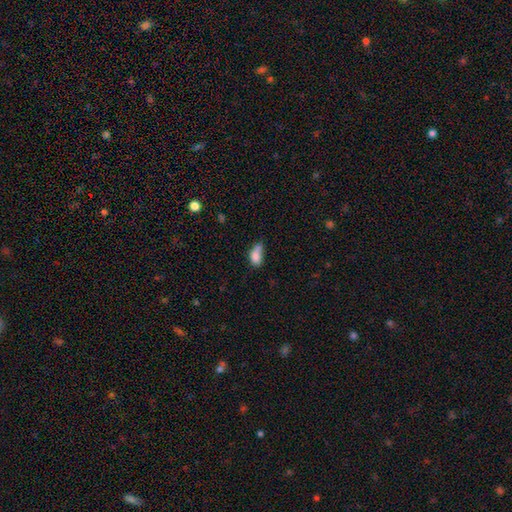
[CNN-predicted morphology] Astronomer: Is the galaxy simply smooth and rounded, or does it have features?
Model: smooth — 78%.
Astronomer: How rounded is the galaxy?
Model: in between — 82%.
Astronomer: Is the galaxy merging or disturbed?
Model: minor disturbance — 29% (runner-up: none, 28%).